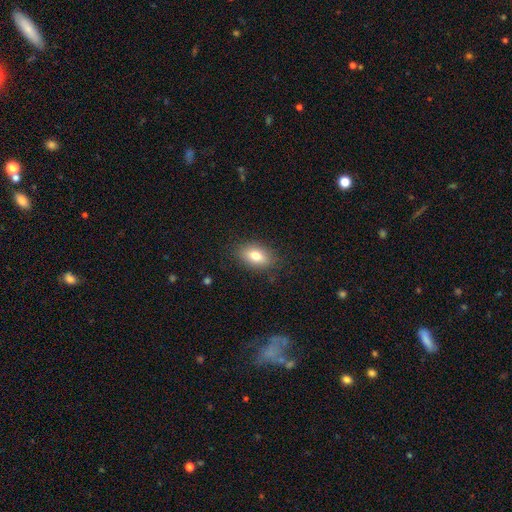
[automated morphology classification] type=smooth (77%); roundness=in between (85%); merging=none (84%).